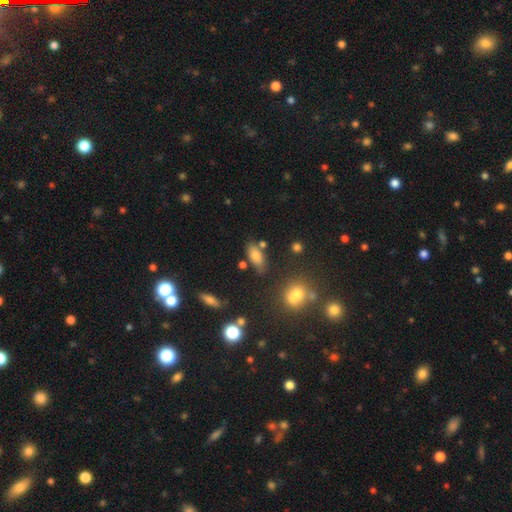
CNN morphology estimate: A smooth galaxy with no disk features (76%) that is in between round and cigar-shaped (84%). Merging: none (68%).